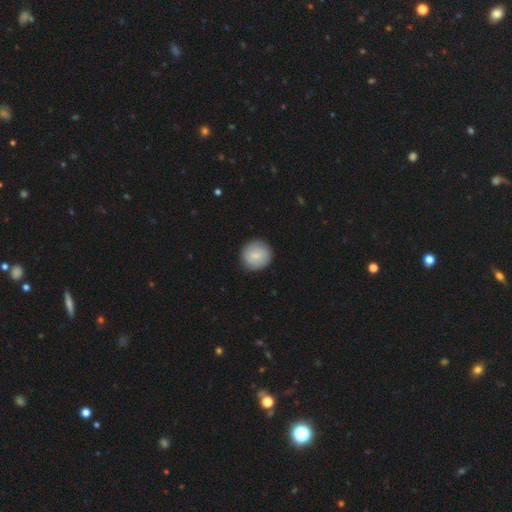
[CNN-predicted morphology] Smooth or featured? Predicted: smooth (p=0.72). How rounded? Predicted: round (p=0.91). Merging? Predicted: none (p=0.87).